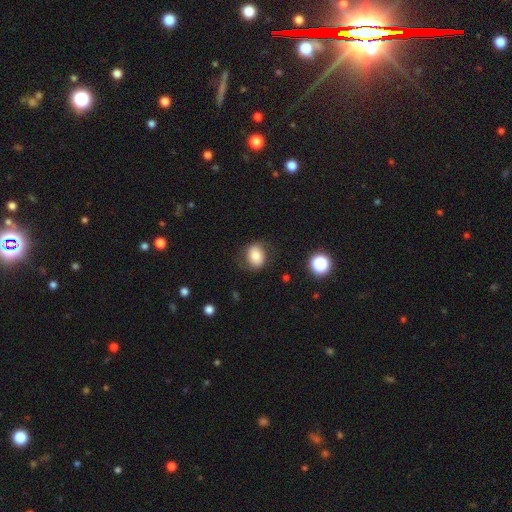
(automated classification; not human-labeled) Smooth or featured? smooth (69%)
How rounded? in between (51%)
Merging? none (71%)